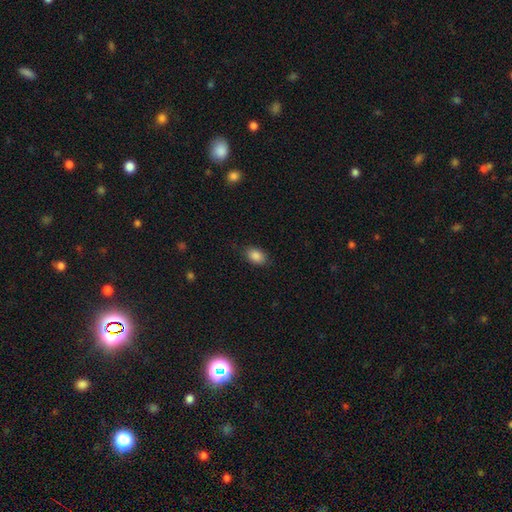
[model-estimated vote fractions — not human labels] Q: Smooth or featured?
A: smooth (87%); runner-up: star or artifact (8%)
Q: How rounded?
A: in between (83%); runner-up: round (16%)
Q: Merging?
A: none (81%); runner-up: minor disturbance (14%)